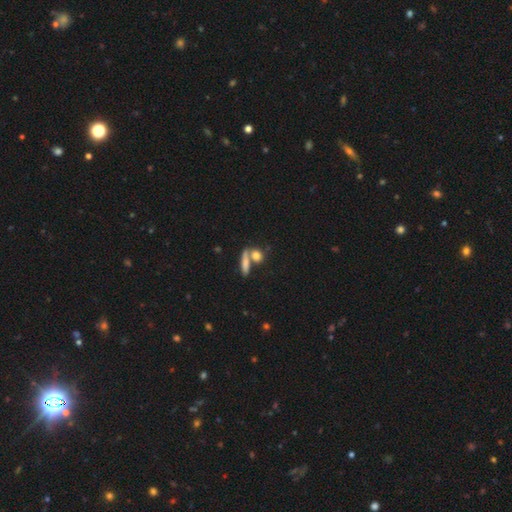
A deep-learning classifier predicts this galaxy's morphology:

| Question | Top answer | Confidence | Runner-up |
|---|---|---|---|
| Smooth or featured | smooth | 76% | featured or disk (14%) |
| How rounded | round | 40% | in between (38%) |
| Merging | none | 50% | merger (36%) |